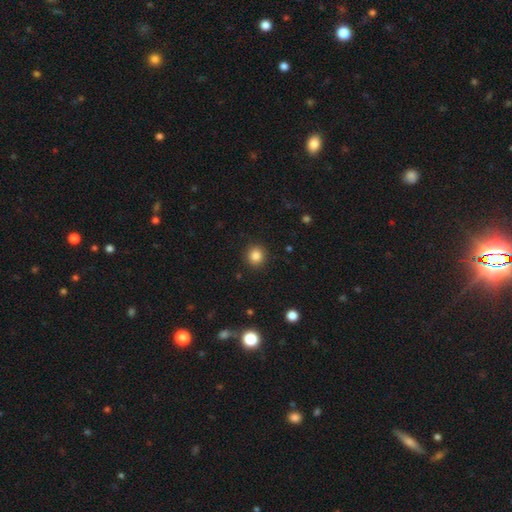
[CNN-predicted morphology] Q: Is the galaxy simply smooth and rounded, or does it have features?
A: smooth — 84%.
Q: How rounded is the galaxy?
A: round — 87%.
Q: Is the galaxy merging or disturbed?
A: none — 91%.